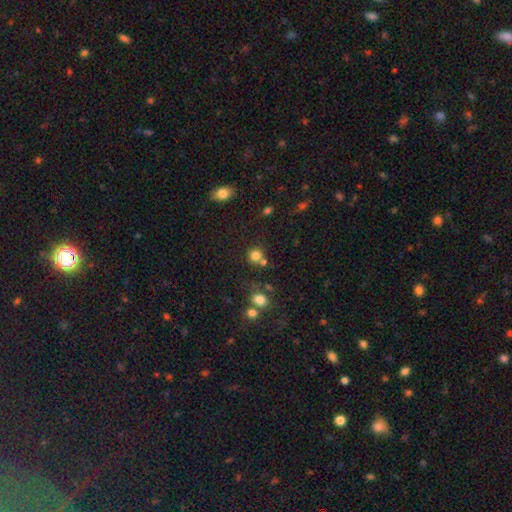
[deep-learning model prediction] smooth-or-featured: smooth: 78% | star or artifact: 15% | featured or disk: 7%
  how-rounded: round: 87% | in between: 12% | cigar-shaped: 1%
  merging: none: 62% | merger: 23% | minor disturbance: 10% | major disturbance: 5%